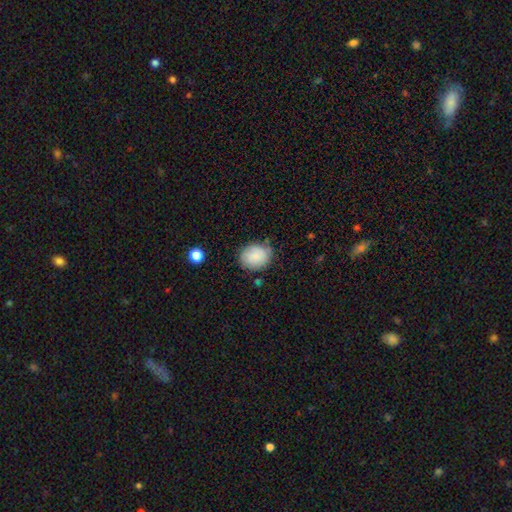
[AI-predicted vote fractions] This is clearly a smooth galaxy (86%). How rounded: likely round (62%). Merging: likely none (74%).